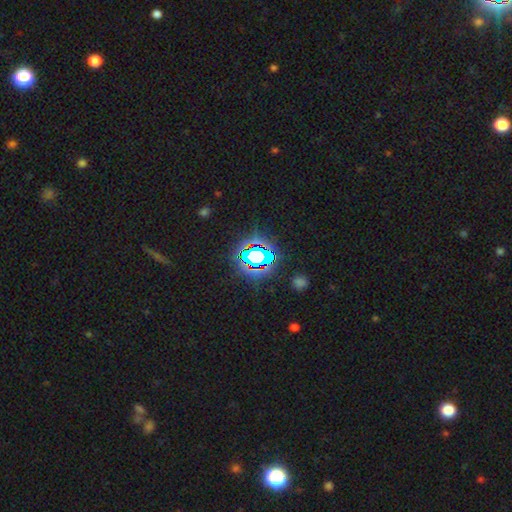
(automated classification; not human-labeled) A star or artifact, not a galaxy (70%).